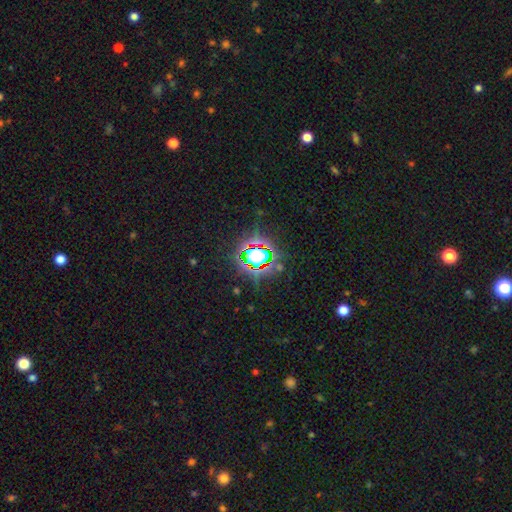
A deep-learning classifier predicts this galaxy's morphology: Smooth or featured? Predicted: star or artifact (p=0.69).